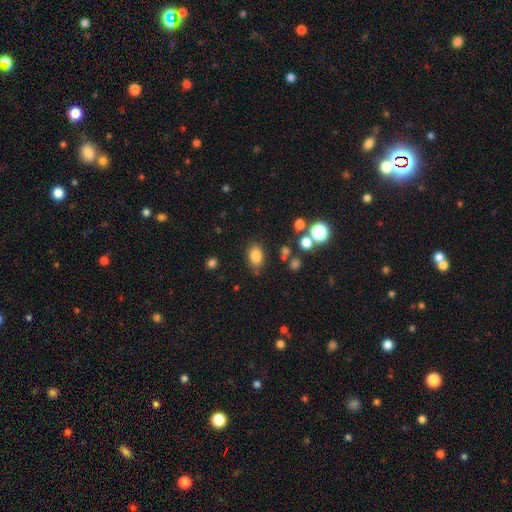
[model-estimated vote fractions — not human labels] smooth_or_featured: smooth (p=0.81) [alt: star or artifact p=0.11]
how_rounded: in between (p=0.80) [alt: round p=0.18]
merging: none (p=0.80) [alt: minor disturbance p=0.12]